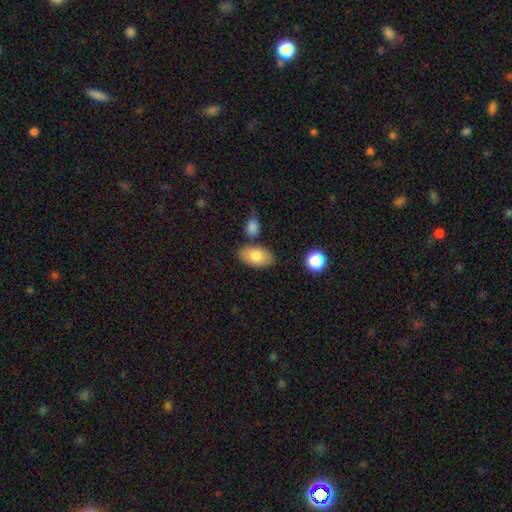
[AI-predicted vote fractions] smooth-or-featured: smooth: 80% | featured or disk: 13% | star or artifact: 6%
  how-rounded: in between: 93% | round: 5% | cigar-shaped: 2%
  merging: none: 75% | minor disturbance: 13% | merger: 10% | major disturbance: 3%